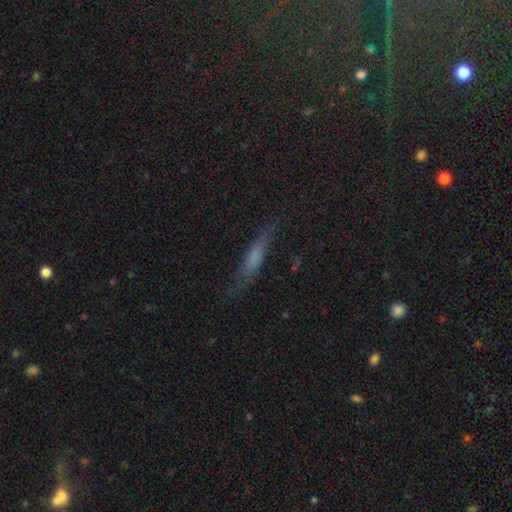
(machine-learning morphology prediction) This is possibly a smooth galaxy (47%). Merging: likely none (69%).